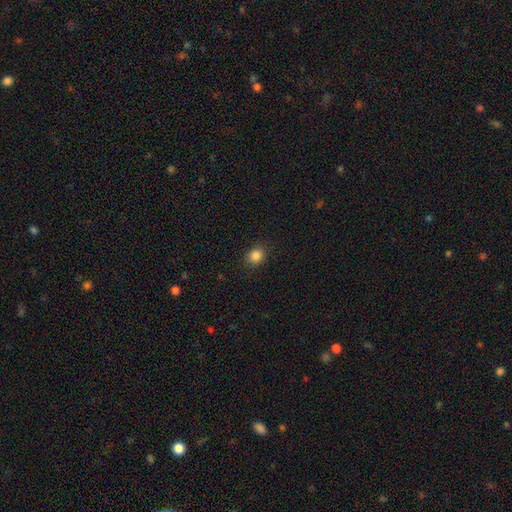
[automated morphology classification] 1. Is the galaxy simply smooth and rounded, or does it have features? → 85% smooth, 11% star or artifact, 4% featured or disk.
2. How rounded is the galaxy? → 63% round, 36% in between, 1% cigar-shaped.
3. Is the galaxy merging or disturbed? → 89% none, 8% minor disturbance, 2% major disturbance, 1% merger.